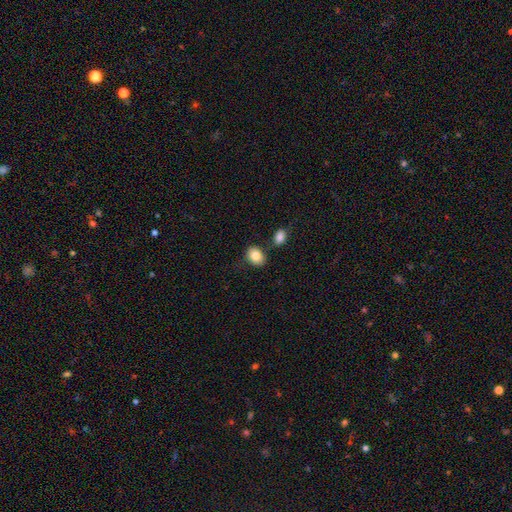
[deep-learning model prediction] Smooth or featured? Predicted: smooth (p=0.83). How rounded? Predicted: in between (p=0.59). Merging? Predicted: none (p=0.73).